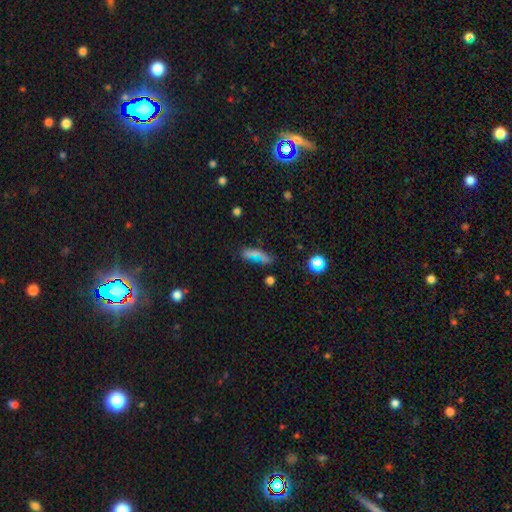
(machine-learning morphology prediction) type=smooth (56%); roundness=in between (54%); merging=none (52%).